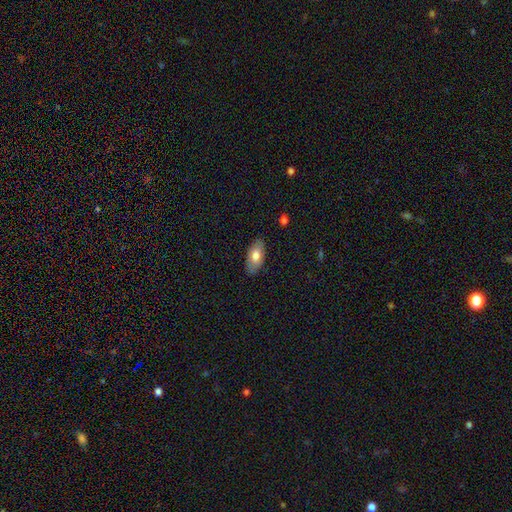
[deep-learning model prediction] Smooth or featured? smooth (70%)
How rounded? in between (93%)
Merging? none (85%)